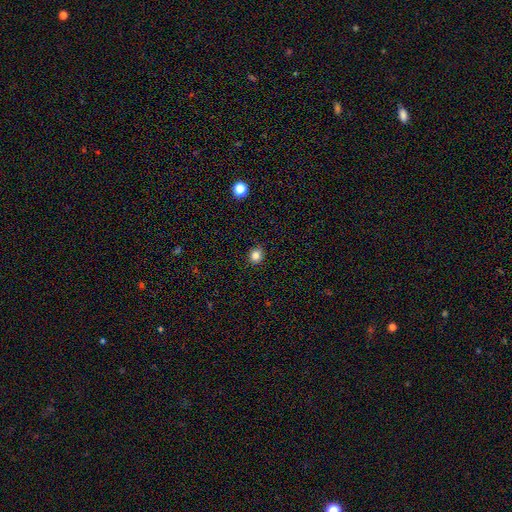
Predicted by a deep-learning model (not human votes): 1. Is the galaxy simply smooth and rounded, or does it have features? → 83% smooth, 12% star or artifact, 5% featured or disk.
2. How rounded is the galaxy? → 77% round, 22% in between, 1% cigar-shaped.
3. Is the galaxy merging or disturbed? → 90% none, 8% minor disturbance, 2% major disturbance, 1% merger.